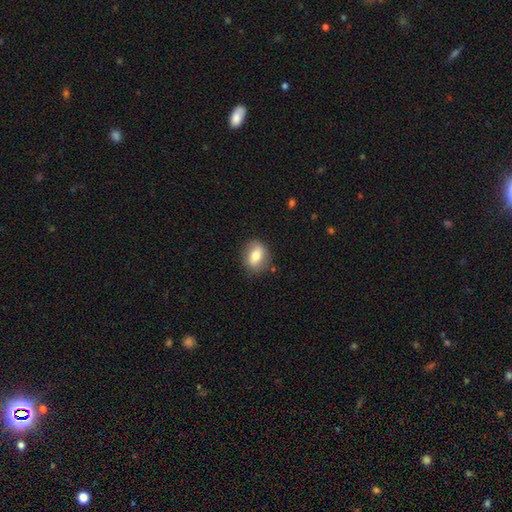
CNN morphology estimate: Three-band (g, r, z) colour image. It shows a smooth galaxy with no disk features (70%) that is in between round and cigar-shaped (51%). Merging: none (83%).